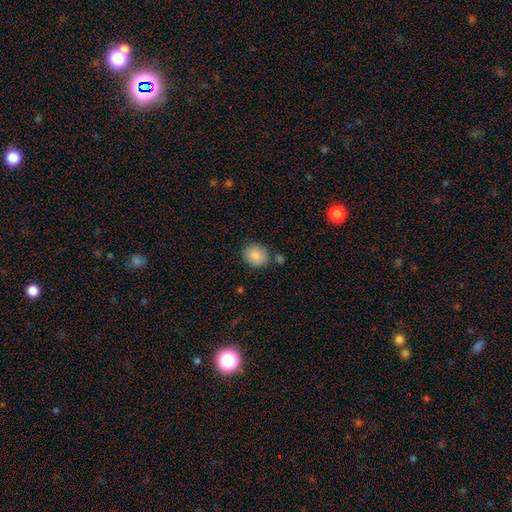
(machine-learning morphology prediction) A smooth galaxy with no disk features (85%) that is round (78%).

Vote fractions:
- Smooth or featured? smooth: 85% / star or artifact: 8% / featured or disk: 7%
- How rounded? round: 78% / in between: 21% / cigar-shaped: 1%
- Merging? none: 78% / minor disturbance: 12% / merger: 7% / major disturbance: 3%